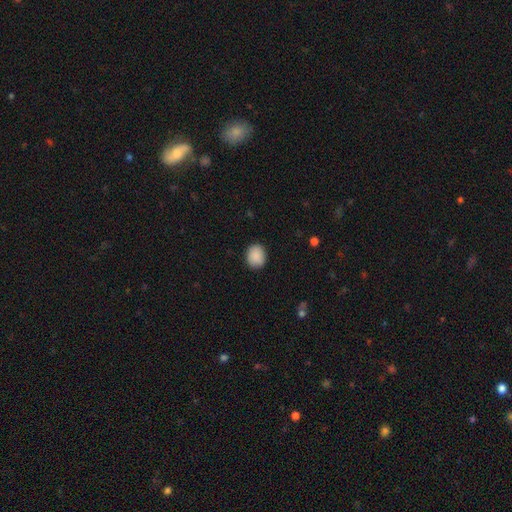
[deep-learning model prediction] Smooth or featured: smooth — 90% (star or artifact — 7%)
How rounded: round — 61% (in between — 38%)
Merging: none — 89% (minor disturbance — 8%)